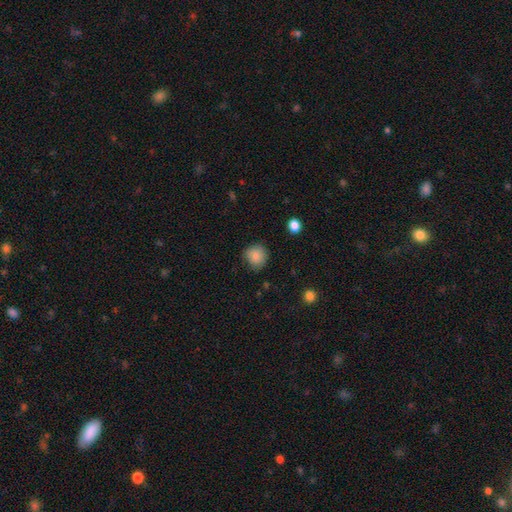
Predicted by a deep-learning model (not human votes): smooth_or_featured: smooth (p=0.85) [alt: star or artifact p=0.10]
how_rounded: round (p=0.88) [alt: in between p=0.11]
merging: none (p=0.78) [alt: minor disturbance p=0.17]